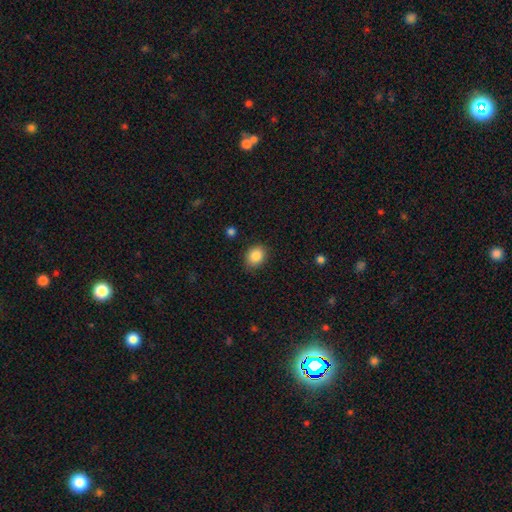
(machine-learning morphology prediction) type=smooth (87%); roundness=round (54%); merging=none (86%).